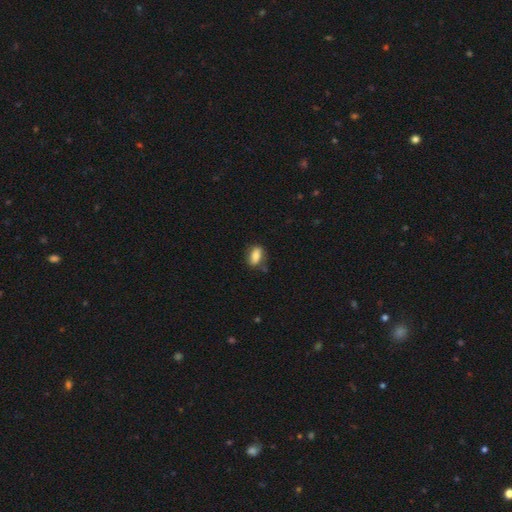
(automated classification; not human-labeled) Smooth or featured? smooth (80%)
How rounded? in between (84%)
Merging? none (74%)